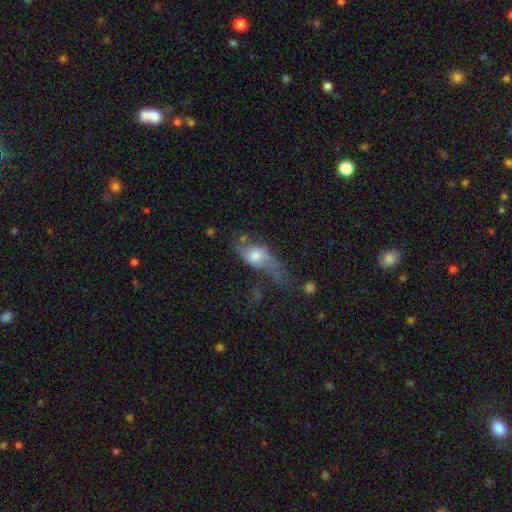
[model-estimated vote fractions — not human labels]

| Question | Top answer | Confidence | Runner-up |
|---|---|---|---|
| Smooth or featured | featured or disk | 46% | smooth (45%) |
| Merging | major disturbance | 45% | none (24%) |